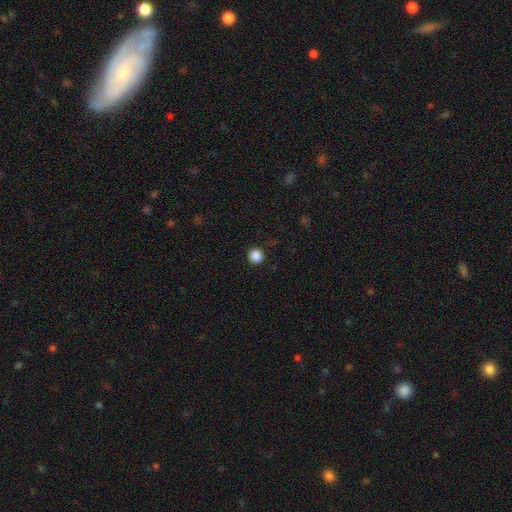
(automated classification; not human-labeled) A smooth galaxy with no disk features (87%) that is round (94%).

Vote fractions:
- Smooth or featured? smooth: 87% / star or artifact: 11% / featured or disk: 2%
- How rounded? round: 94% / in between: 5% / cigar-shaped: 1%
- Merging? none: 91% / minor disturbance: 6% / major disturbance: 2% / merger: 1%